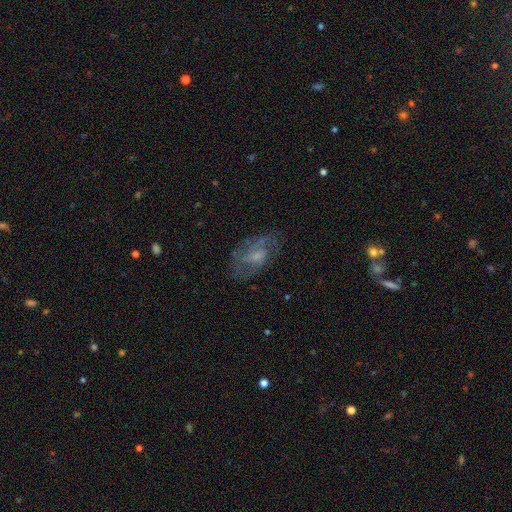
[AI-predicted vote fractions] Smooth or featured? featured or disk (59%)
Edge-on disk? no (95%)
Bar? no (55%)
Spiral arms? yes (65%)
Bulge size? small (37%)
Merging? none (58%)